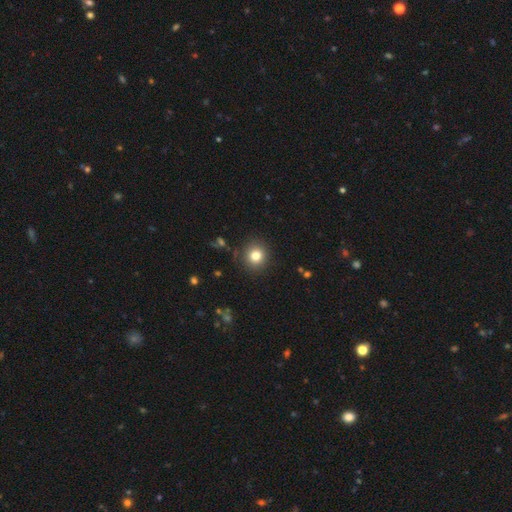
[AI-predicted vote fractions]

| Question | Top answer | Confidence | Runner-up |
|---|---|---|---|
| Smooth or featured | smooth | 80% | star or artifact (12%) |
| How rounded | round | 90% | in between (9%) |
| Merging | none | 89% | minor disturbance (7%) |